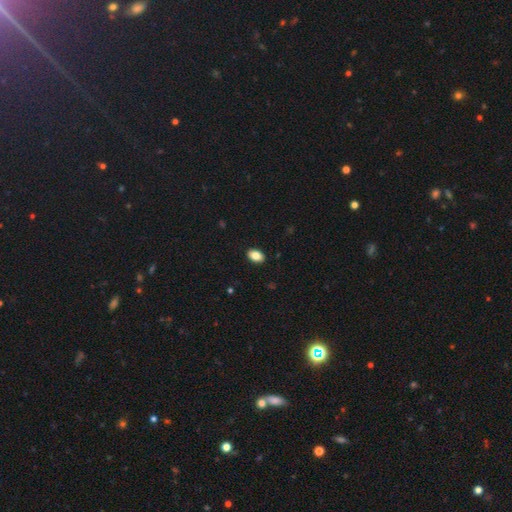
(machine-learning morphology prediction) Smooth or featured? Predicted: smooth (p=0.86). How rounded? Predicted: in between (p=0.87). Merging? Predicted: none (p=0.90).